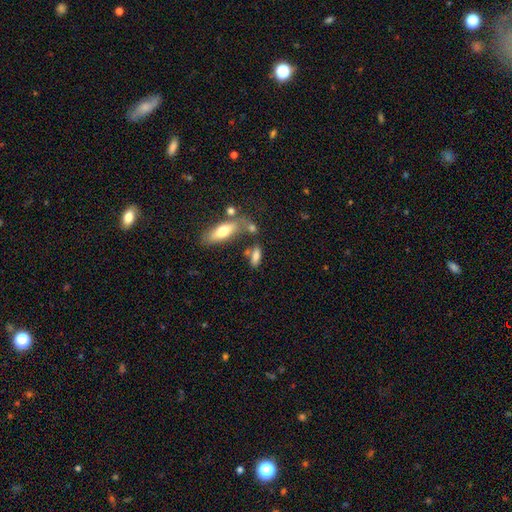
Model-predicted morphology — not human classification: Smooth or featured: smooth — 77% (featured or disk — 15%)
How rounded: in between — 65% (cigar-shaped — 32%)
Merging: none — 56% (merger — 20%)